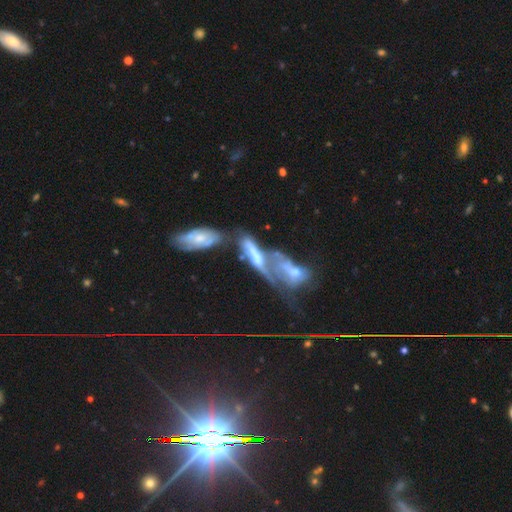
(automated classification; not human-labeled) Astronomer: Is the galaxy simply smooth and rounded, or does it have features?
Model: featured or disk — 60%.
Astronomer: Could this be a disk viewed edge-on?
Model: no — 77%.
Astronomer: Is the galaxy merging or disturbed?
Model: merger — 66%.